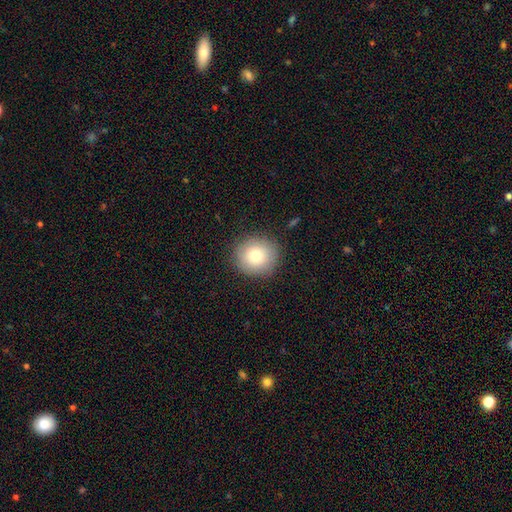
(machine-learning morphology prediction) This appears to be a smooth galaxy with no disk features (77%) that is round (92%). Merging: none (88%).